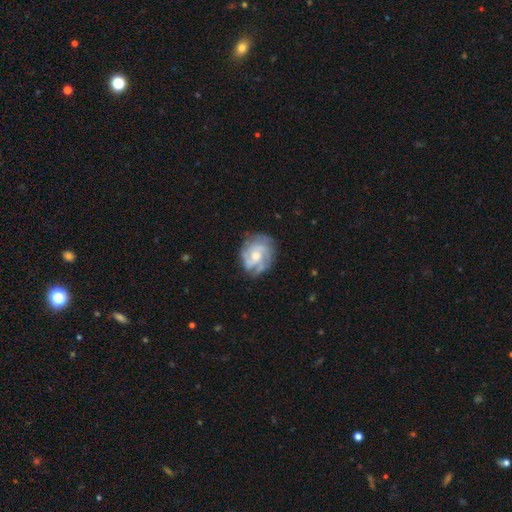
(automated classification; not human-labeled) smooth-or-featured: featured or disk: 76% | smooth: 18% | star or artifact: 6%
  disk-edge-on: no: 98% | yes: 2%
    bar: no: 70% | weak: 26% | strong: 4%
    has-spiral-arms: yes: 88% | no: 12%
      spiral-winding: tight: 50% | medium: 38% | loose: 13%
      spiral-arm-count: can't tell: 32% | 3: 27% | 2: 23% | 4: 8% | 1: 5% | more than 4: 4%
    bulge-size: moderate: 58% | small: 32% | large: 6% | none: 3% | dominant: 1%
  merging: none: 69% | minor disturbance: 20% | major disturbance: 9% | merger: 2%